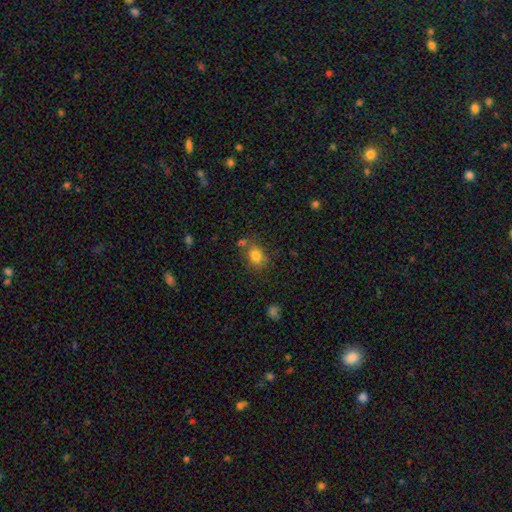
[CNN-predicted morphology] Smooth or featured? Predicted: smooth (p=0.80). How rounded? Predicted: in between (p=0.51). Merging? Predicted: none (p=0.60).